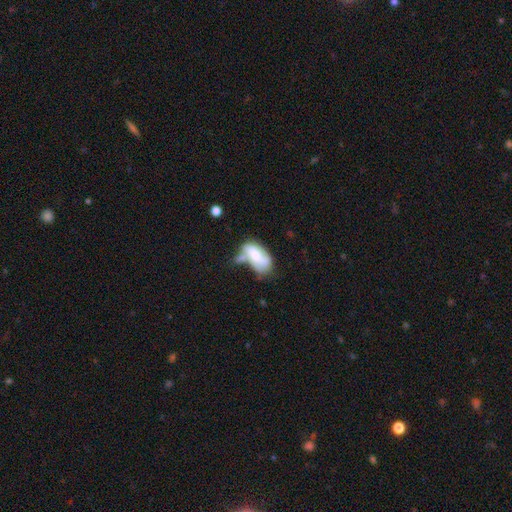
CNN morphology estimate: This appears to be a smooth galaxy with no disk features (51%) that is in between round and cigar-shaped (89%). Merging: merger (32%).